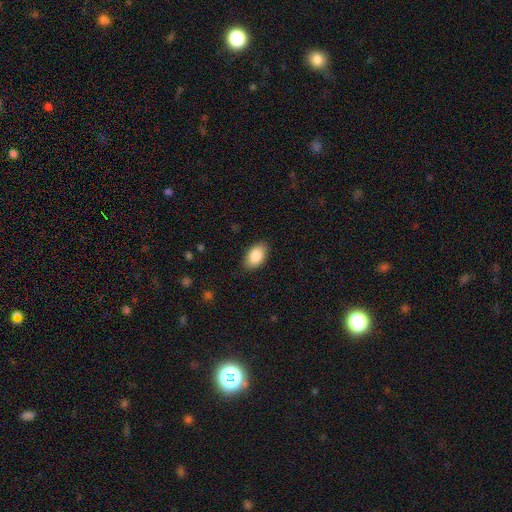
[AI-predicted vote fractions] Smooth or featured? Predicted: smooth (p=0.88). How rounded? Predicted: in between (p=0.93). Merging? Predicted: none (p=0.86).